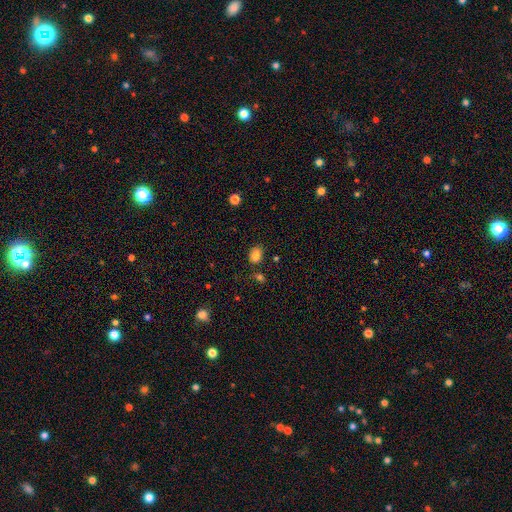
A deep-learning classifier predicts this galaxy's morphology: This appears to be a smooth galaxy with no disk features (82%) that is in between round and cigar-shaped (63%). Merging: none (73%).